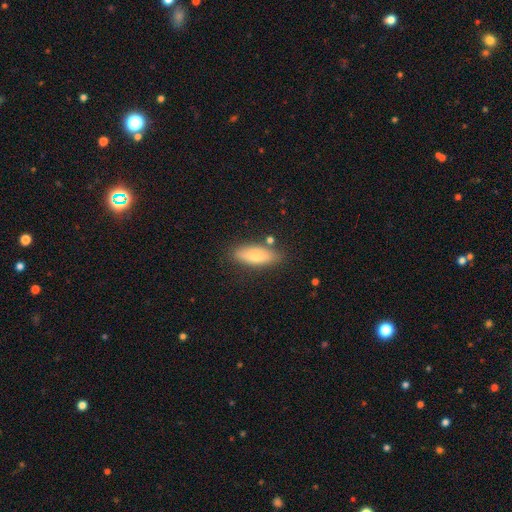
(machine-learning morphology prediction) Smooth or featured?
  - smooth: 75% *
  - featured or disk: 18%
  - star or artifact: 7%
How rounded?
  - in between: 65% *
  - cigar-shaped: 33%
  - round: 2%
Merging?
  - none: 79% *
  - minor disturbance: 13%
  - merger: 4%
  - major disturbance: 3%